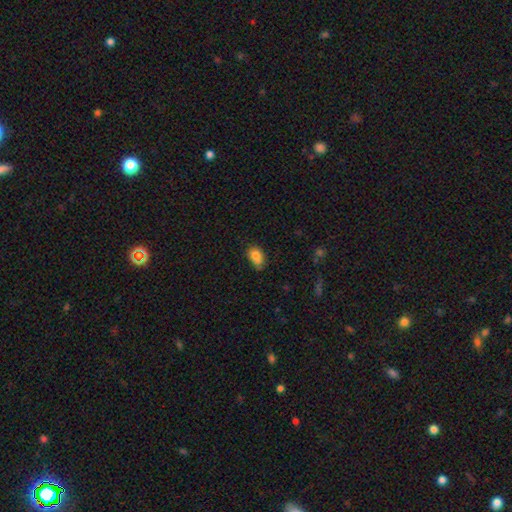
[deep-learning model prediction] Smooth or featured? smooth (81%)
How rounded? in between (79%)
Merging? none (49%)